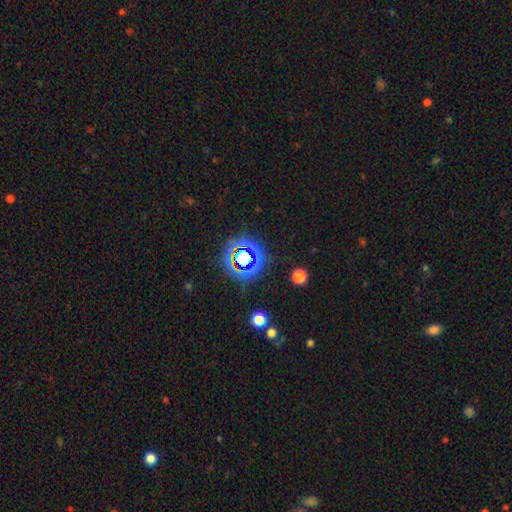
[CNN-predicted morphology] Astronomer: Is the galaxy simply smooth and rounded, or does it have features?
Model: star or artifact — 54% (runner-up: smooth, 36%).